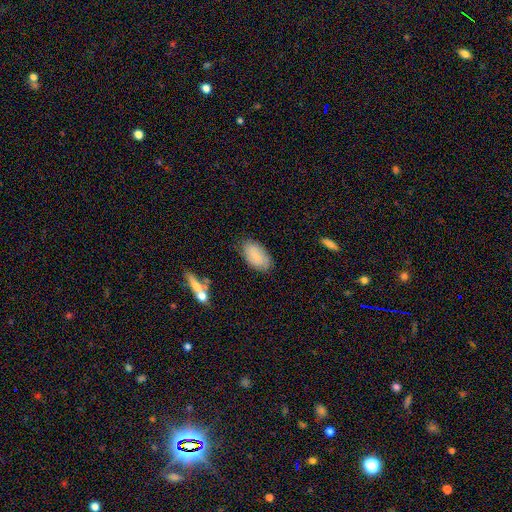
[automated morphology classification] smooth-or-featured: smooth: 76% | featured or disk: 17% | star or artifact: 7%
  how-rounded: in between: 94% | round: 4% | cigar-shaped: 2%
  merging: none: 77% | minor disturbance: 17% | major disturbance: 4% | merger: 2%